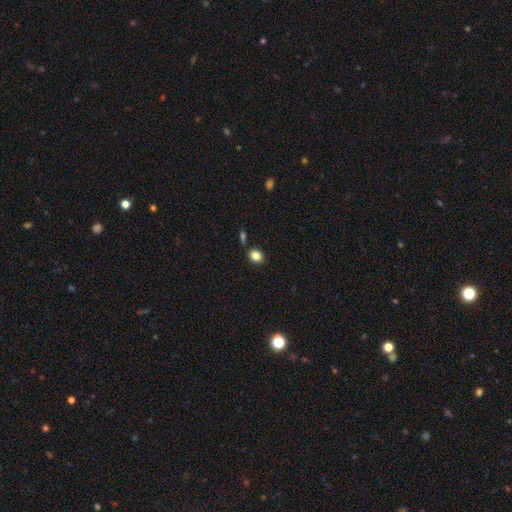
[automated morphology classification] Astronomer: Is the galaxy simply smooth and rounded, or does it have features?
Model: smooth — 84%.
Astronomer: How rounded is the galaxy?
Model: round — 53% (runner-up: in between, 46%).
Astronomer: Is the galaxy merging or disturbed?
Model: none — 83%.